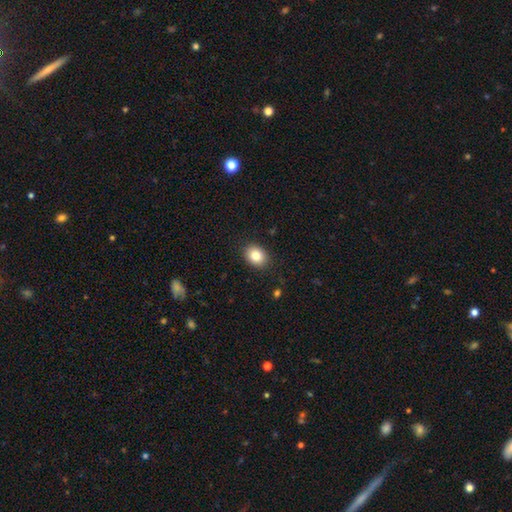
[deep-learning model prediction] The model was most divided on "how rounded": in between: 56%, round: 43%, cigar-shaped: 1%. More confident: merging — none (88%); smooth or featured — smooth (84%).